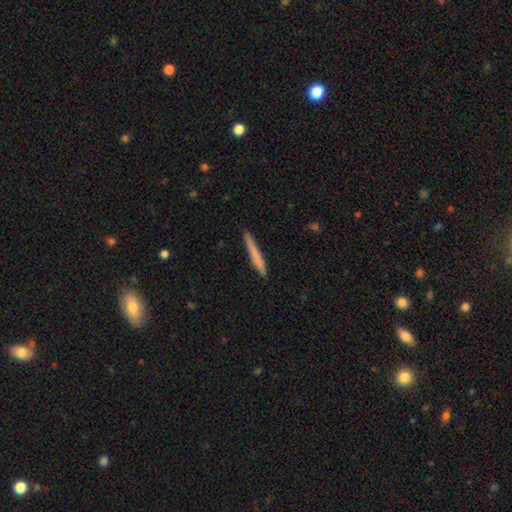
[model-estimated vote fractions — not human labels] smooth-or-featured: smooth: 68% | featured or disk: 27% | star or artifact: 5%
  how-rounded: cigar-shaped: 97% | in between: 2% | round: 1%
  merging: none: 89% | minor disturbance: 8% | major disturbance: 1% | merger: 1%